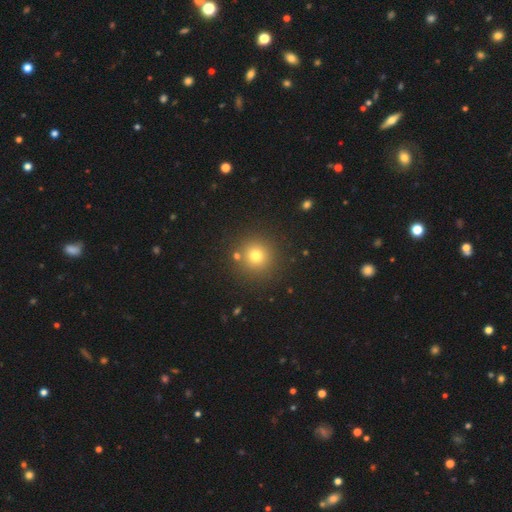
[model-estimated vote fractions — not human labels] The model was most divided on "smooth or featured": smooth: 75%, star or artifact: 17%, featured or disk: 9%. More confident: how rounded — round (94%); merging — none (86%).